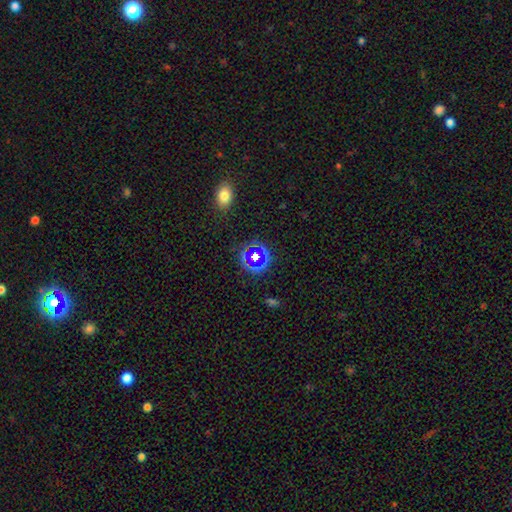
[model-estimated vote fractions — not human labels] Morphology: type=smooth (45%); merging=none (82%).